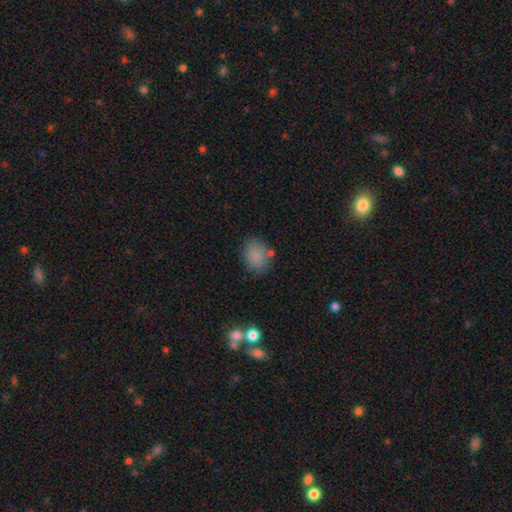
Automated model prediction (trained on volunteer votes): A smooth galaxy with no disk features (83%) that is in between round and cigar-shaped (56%).

Vote fractions:
- Smooth or featured? smooth: 83% / star or artifact: 10% / featured or disk: 7%
- How rounded? in between: 56% / round: 43% / cigar-shaped: 1%
- Merging? none: 74% / minor disturbance: 15% / merger: 6% / major disturbance: 5%